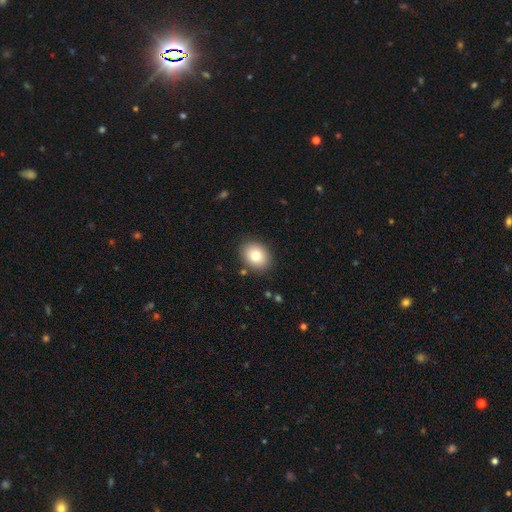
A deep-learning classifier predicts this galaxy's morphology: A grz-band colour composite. It shows a smooth galaxy with no disk features (80%) that is in between round and cigar-shaped (52%). Merging: none (87%).